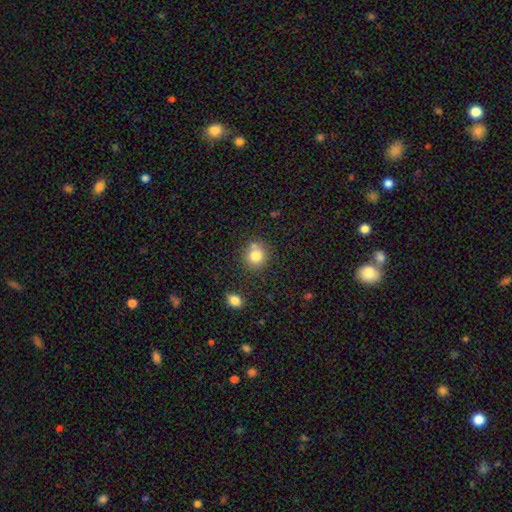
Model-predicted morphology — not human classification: smooth_or_featured: smooth (p=0.80) [alt: star or artifact p=0.11]
how_rounded: round (p=0.84) [alt: in between p=0.15]
merging: none (p=0.69) [alt: merger p=0.15]